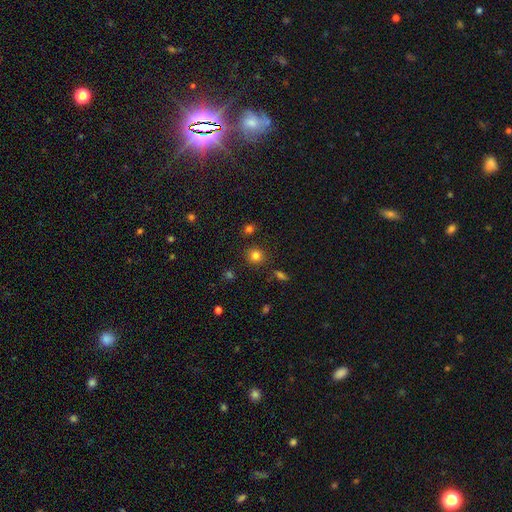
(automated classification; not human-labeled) This appears to be a smooth galaxy with no disk features (80%) that is round (89%). Merging: none (87%).